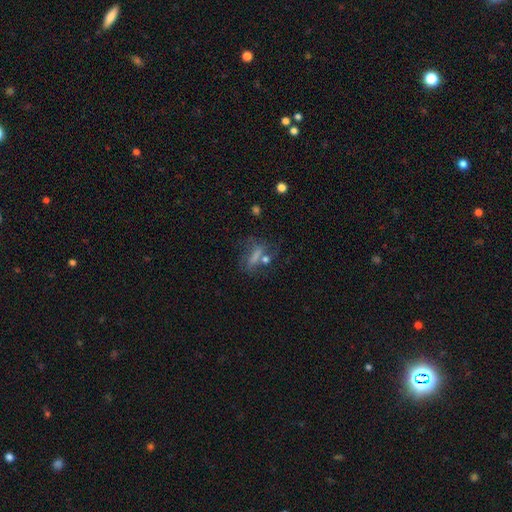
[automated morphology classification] Smooth or featured? smooth (40%)
Merging? none (57%)